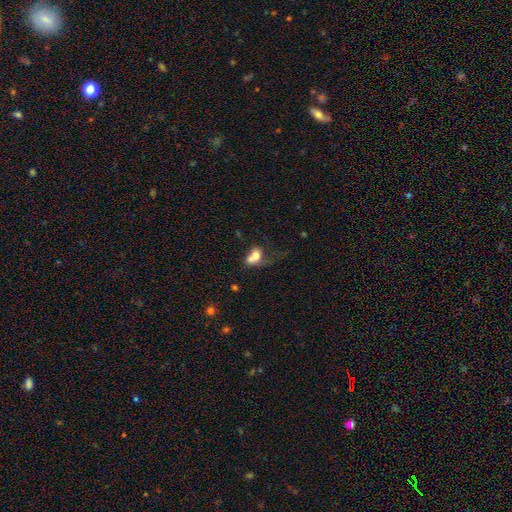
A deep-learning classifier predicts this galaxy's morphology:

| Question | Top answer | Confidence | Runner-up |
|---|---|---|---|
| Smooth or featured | smooth | 68% | featured or disk (22%) |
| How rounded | in between | 53% | round (45%) |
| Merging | merger | 59% | none (17%) |